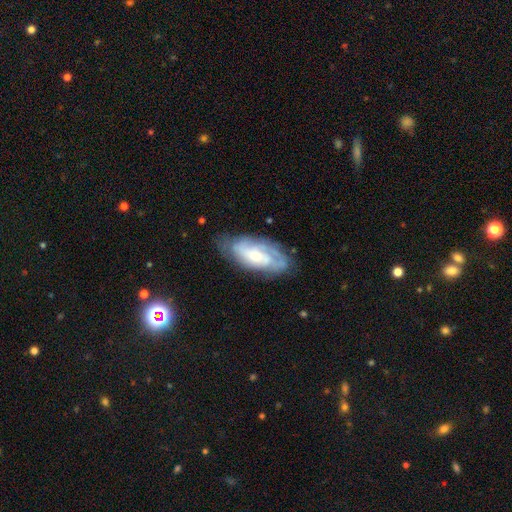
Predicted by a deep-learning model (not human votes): smooth-or-featured: featured or disk: 72% | smooth: 22% | star or artifact: 6%
  disk-edge-on: no: 92% | yes: 8%
    bar: no: 66% | weak: 28% | strong: 6%
    has-spiral-arms: yes: 90% | no: 10%
      spiral-winding: tight: 57% | medium: 33% | loose: 10%
      spiral-arm-count: can't tell: 41% | 2: 28% | 3: 17% | 4: 6% | 1: 5% | more than 4: 3%
    bulge-size: small: 47% | moderate: 45% | large: 5% | none: 3% | dominant: 1%
  merging: none: 68% | minor disturbance: 23% | major disturbance: 8% | merger: 2%